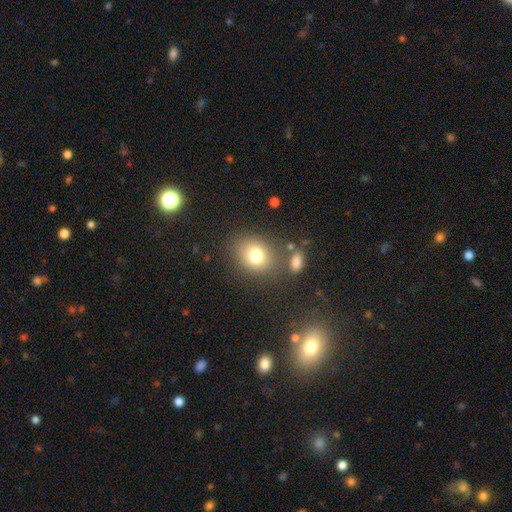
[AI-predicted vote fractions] Smooth or featured? smooth (77%)
How rounded? round (57%)
Merging? none (74%)